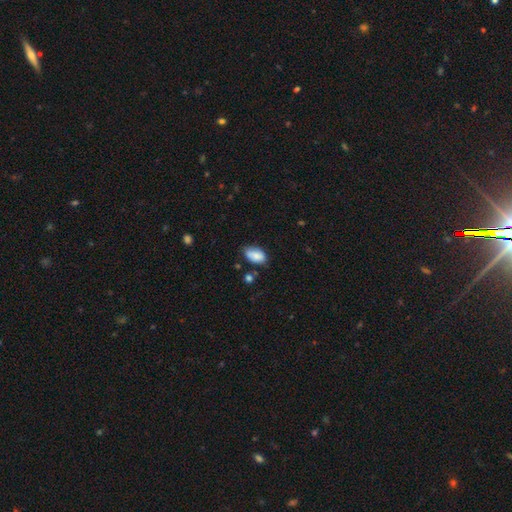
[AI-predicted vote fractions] smooth 82%, featured or disk 11%, star or artifact 7%. Down the decision tree: how rounded — in between (92%); merging — none (63%).